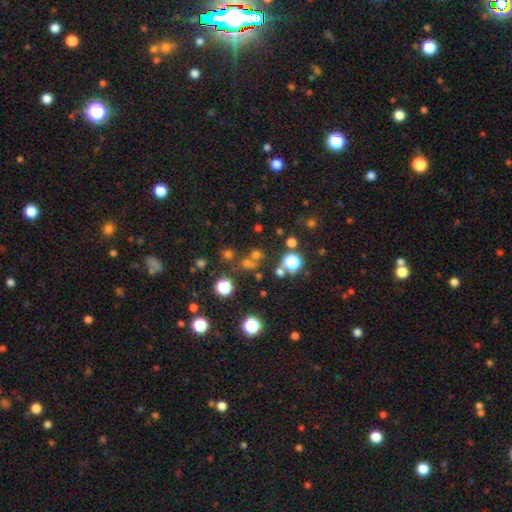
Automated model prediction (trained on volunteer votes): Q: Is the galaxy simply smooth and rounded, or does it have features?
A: smooth — 47%.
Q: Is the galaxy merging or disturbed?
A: none — 65%.